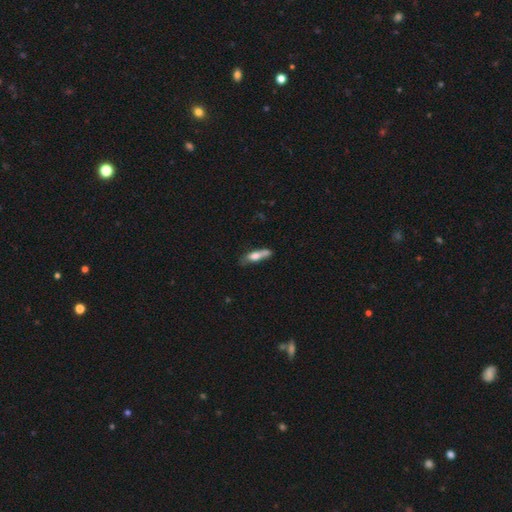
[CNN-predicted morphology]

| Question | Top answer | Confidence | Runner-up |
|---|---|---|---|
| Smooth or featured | smooth | 62% | featured or disk (30%) |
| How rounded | cigar-shaped | 58% | in between (40%) |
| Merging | none | 43% | minor disturbance (28%) |